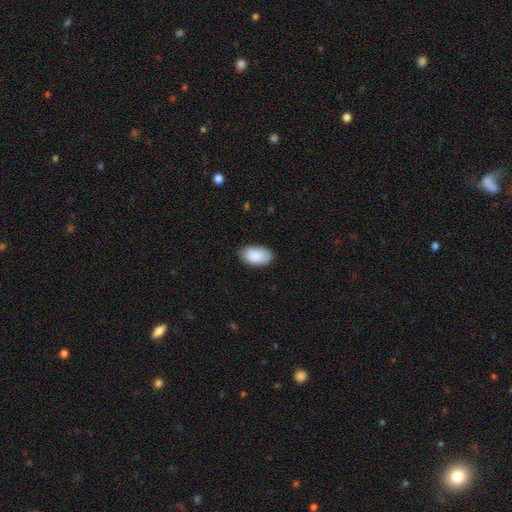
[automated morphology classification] smooth-or-featured: smooth: 89% | star or artifact: 6% | featured or disk: 5%
  how-rounded: in between: 95% | round: 4% | cigar-shaped: 1%
  merging: none: 79% | minor disturbance: 17% | major disturbance: 3% | merger: 1%